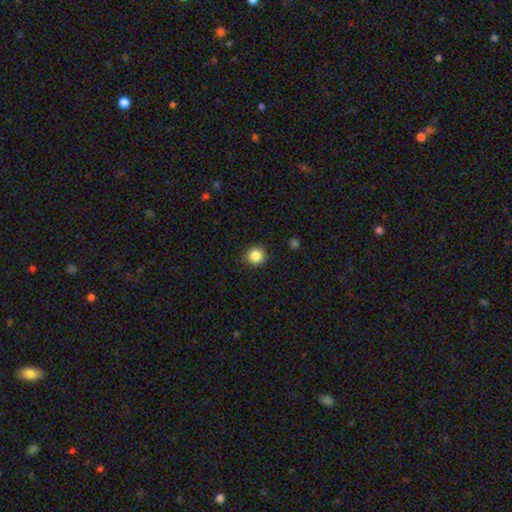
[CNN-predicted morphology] Smooth or featured? smooth (86%)
How rounded? round (93%)
Merging? none (90%)